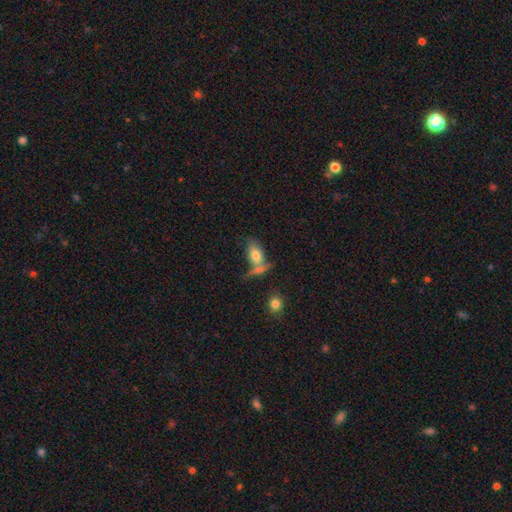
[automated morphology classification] smooth_or_featured: smooth (p=0.75) [alt: featured or disk p=0.17]
how_rounded: in between (p=0.87) [alt: round p=0.07]
merging: none (p=0.40) [alt: merger p=0.37]